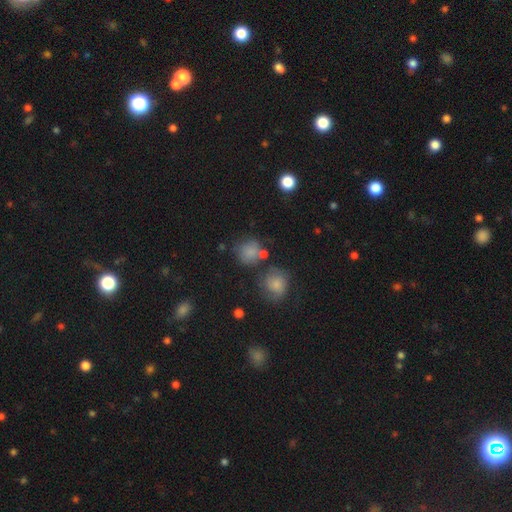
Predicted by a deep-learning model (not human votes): Morphology: type=smooth (45%); merging=none (68%).